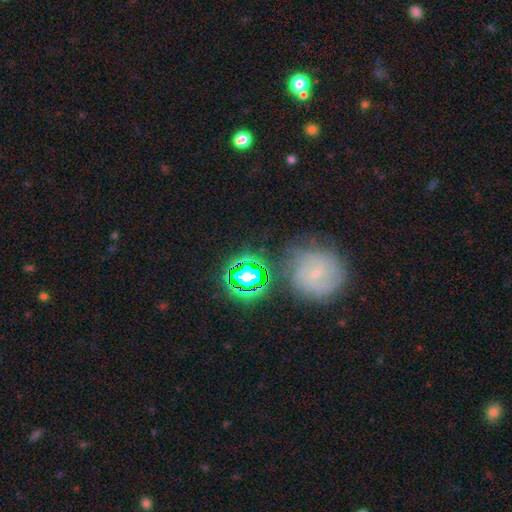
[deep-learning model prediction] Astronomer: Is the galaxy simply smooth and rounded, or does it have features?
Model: star or artifact — 47% (runner-up: featured or disk, 29%).